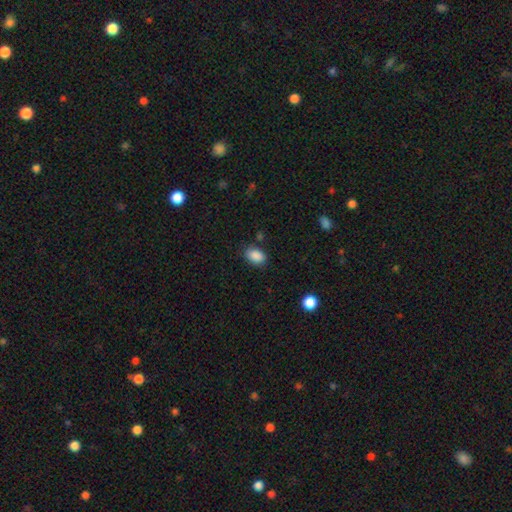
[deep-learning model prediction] The model was most divided on "merging": none: 81%, minor disturbance: 13%, major disturbance: 3%, merger: 2%. More confident: smooth or featured — smooth (88%); how rounded — in between (84%).